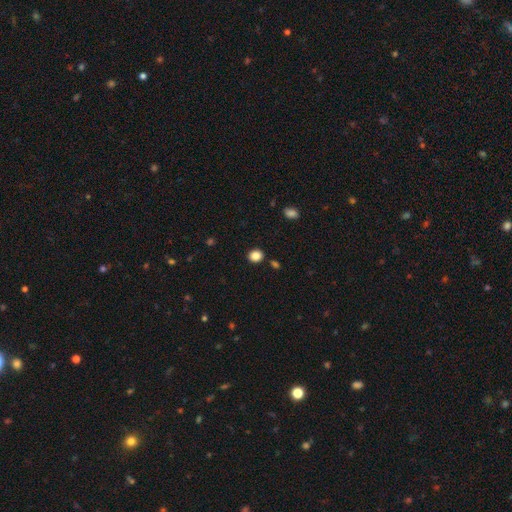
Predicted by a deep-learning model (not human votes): A smooth galaxy with no disk features (85%) that is round (72%).

Vote fractions:
- Smooth or featured? smooth: 85% / star or artifact: 11% / featured or disk: 4%
- How rounded? round: 72% / in between: 28% / cigar-shaped: 1%
- Merging? none: 87% / minor disturbance: 7% / merger: 3% / major disturbance: 2%